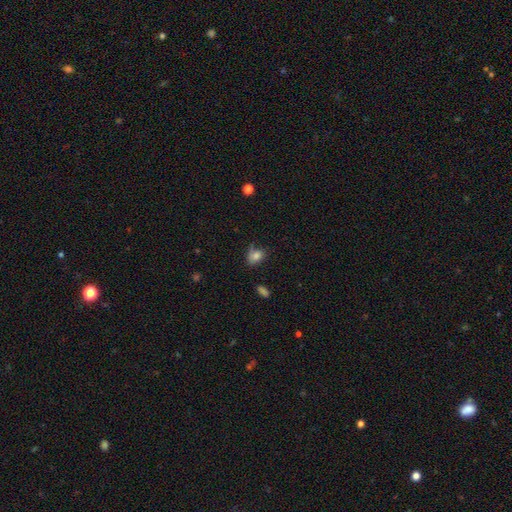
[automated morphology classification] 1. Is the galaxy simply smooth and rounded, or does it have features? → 76% smooth, 13% featured or disk, 11% star or artifact.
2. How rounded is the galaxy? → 71% in between, 27% round, 2% cigar-shaped.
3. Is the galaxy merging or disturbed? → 46% none, 32% minor disturbance, 17% major disturbance, 5% merger.